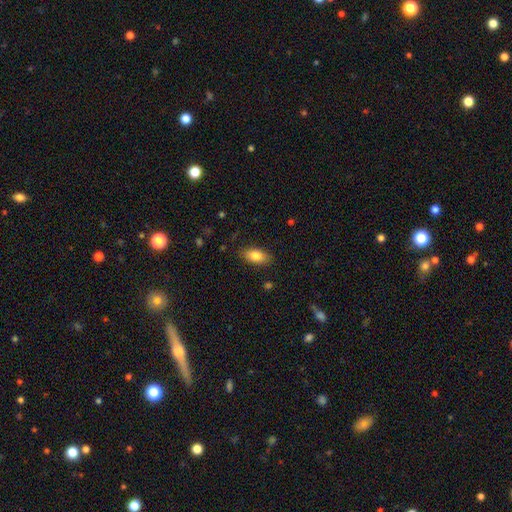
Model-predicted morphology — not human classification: The model was most divided on "smooth or featured": smooth: 82%, featured or disk: 11%, star or artifact: 7%. More confident: how rounded — in between (88%); merging — none (85%).